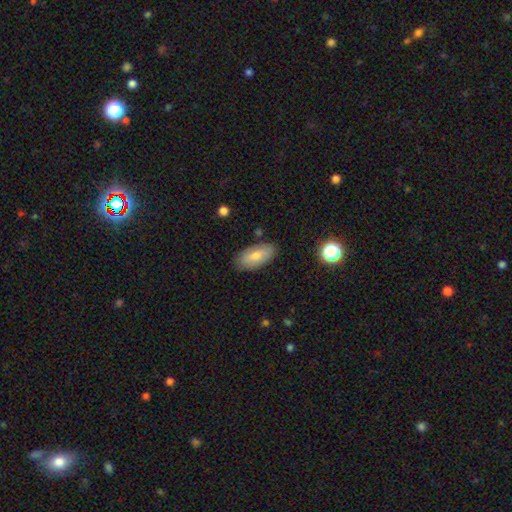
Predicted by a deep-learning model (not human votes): Overall: smooth (72%). How rounded: in between (89%). Merging: none (85%).